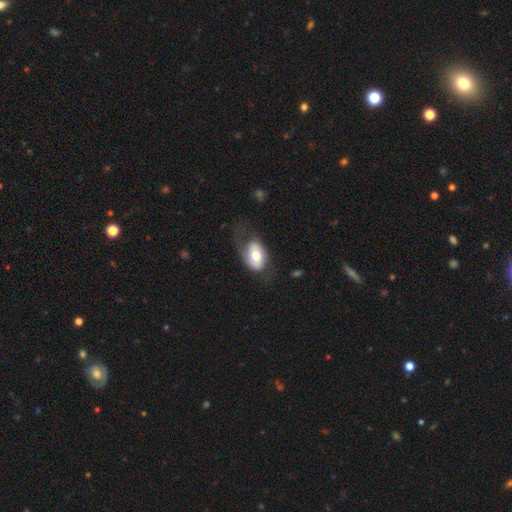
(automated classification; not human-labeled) smooth 57%, featured or disk 37%, star or artifact 6%. Down the decision tree: how rounded — in between (87%); merging — none (47%).